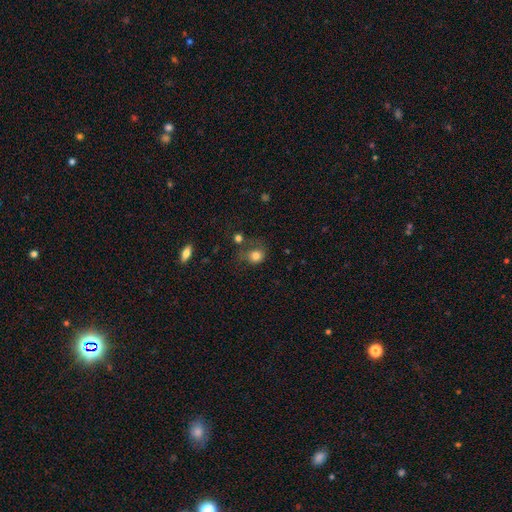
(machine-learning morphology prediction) Overall: smooth (80%). How rounded: round (67%; in between 32%). Merging: none (45%; minor disturbance 27%).